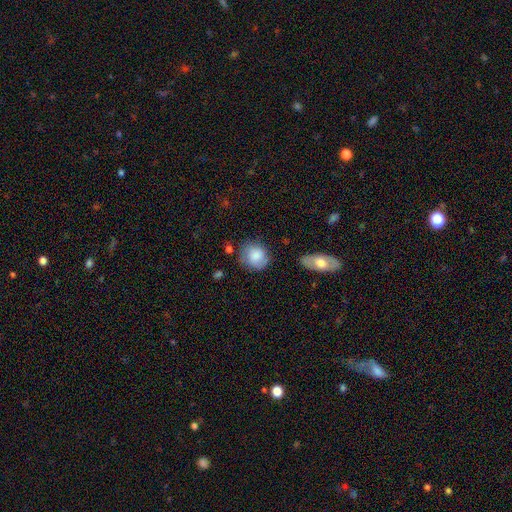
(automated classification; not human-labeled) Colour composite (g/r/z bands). It shows a smooth galaxy with no disk features (80%) that is round (78%). Merging: none (68%).